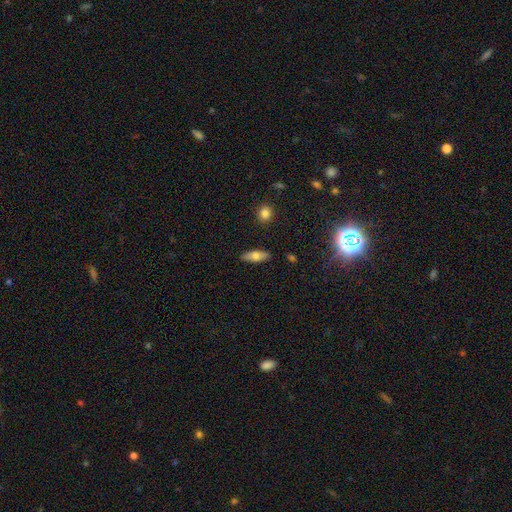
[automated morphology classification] Overall: smooth (70%). How rounded: in between (68%; cigar-shaped 29%). Merging: none (87%).